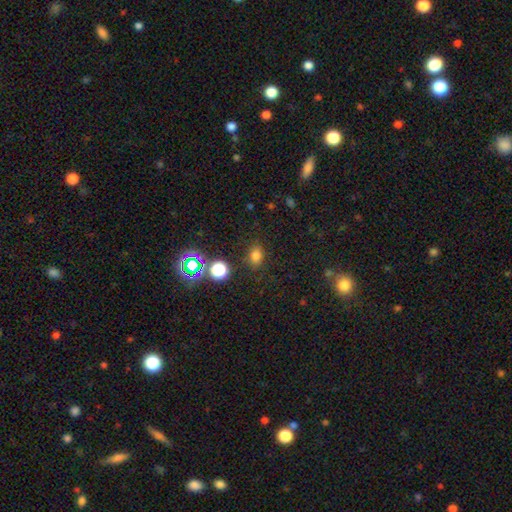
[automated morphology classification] Q: Smooth or featured?
A: smooth (73%); runner-up: star or artifact (21%)
Q: How rounded?
A: in between (64%); runner-up: round (35%)
Q: Merging?
A: none (82%); runner-up: minor disturbance (12%)